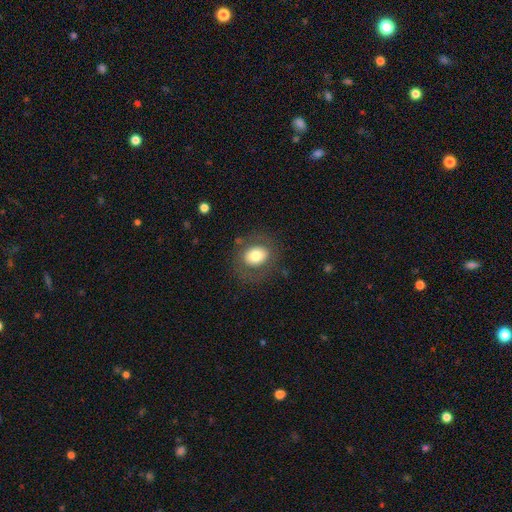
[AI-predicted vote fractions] A smooth galaxy with no disk features (70%) that is round (55%).

Vote fractions:
- Smooth or featured? smooth: 70% / featured or disk: 21% / star or artifact: 9%
- How rounded? round: 55% / in between: 45% / cigar-shaped: 1%
- Merging? none: 77% / minor disturbance: 13% / major disturbance: 9% / merger: 2%